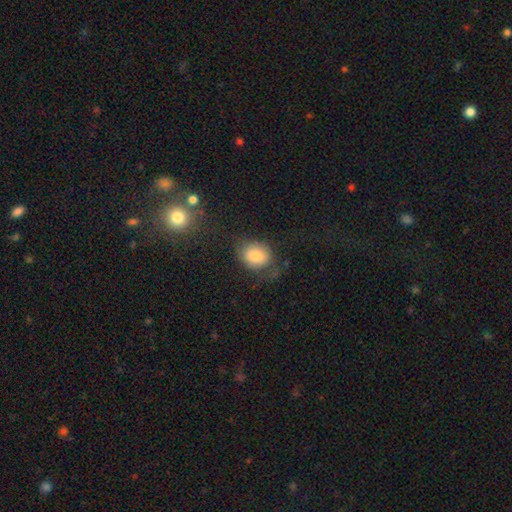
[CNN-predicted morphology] This is likely a smooth galaxy (75%). How rounded: possibly round (59%). Merging: possibly none (55%).